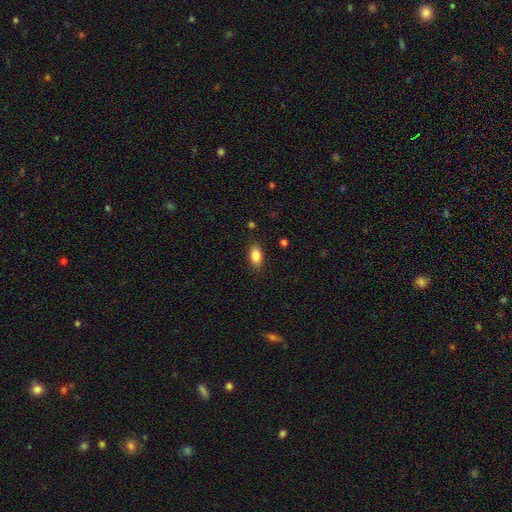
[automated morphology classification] Smooth or featured?
  - smooth: 85% *
  - star or artifact: 8%
  - featured or disk: 7%
How rounded?
  - in between: 88% *
  - round: 9%
  - cigar-shaped: 3%
Merging?
  - none: 85% *
  - minor disturbance: 11%
  - major disturbance: 3%
  - merger: 1%